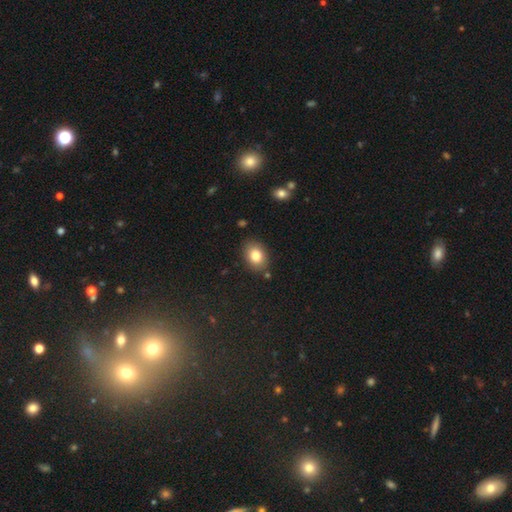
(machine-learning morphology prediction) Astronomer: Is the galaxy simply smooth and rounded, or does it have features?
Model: smooth — 81%.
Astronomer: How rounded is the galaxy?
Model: in between — 68%.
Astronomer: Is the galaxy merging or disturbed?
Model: none — 84%.